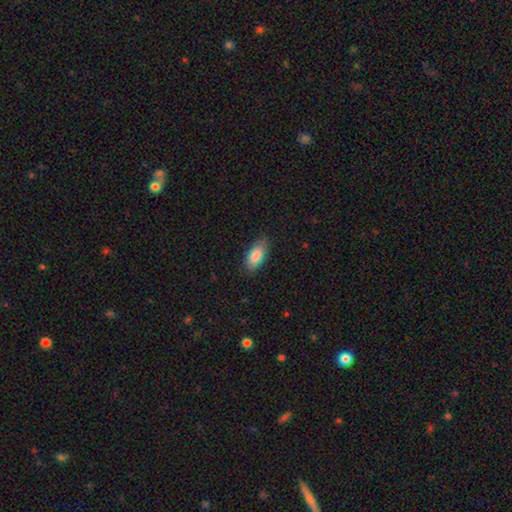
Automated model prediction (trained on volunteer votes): A smooth galaxy with no disk features (86%) that is in between round and cigar-shaped (90%).

Vote fractions:
- Smooth or featured? smooth: 86% / featured or disk: 9% / star or artifact: 6%
- How rounded? in between: 90% / cigar-shaped: 7% / round: 2%
- Merging? none: 81% / minor disturbance: 16% / major disturbance: 3% / merger: 1%